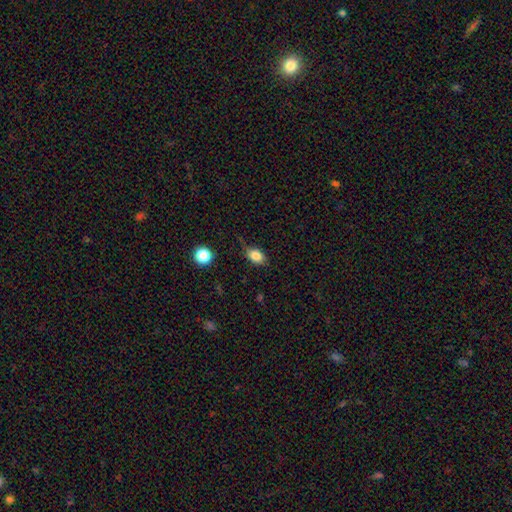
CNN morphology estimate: This appears to be a smooth galaxy with no disk features (84%) that is in between round and cigar-shaped (78%). Merging: none (71%).